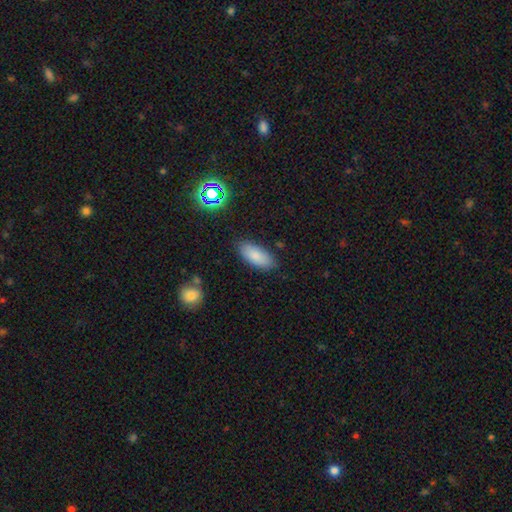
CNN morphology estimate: type=smooth (85%); roundness=in between (86%); merging=none (84%).